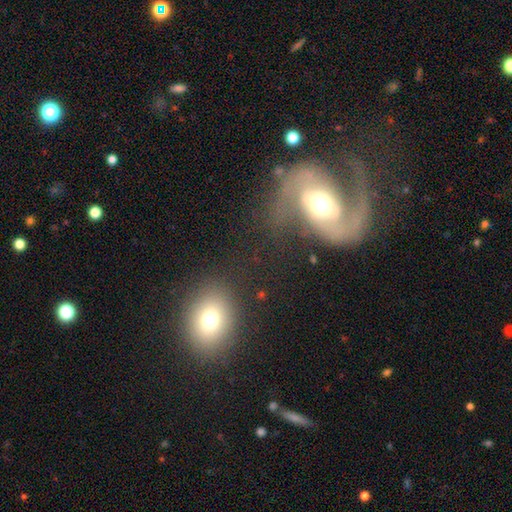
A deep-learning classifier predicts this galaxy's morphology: A featured or disk galaxy (80%) with no bar (41%), 2 (88%) medium (52%) spiral arms (94%) and a moderate central bulge (62%).

Vote fractions:
- Smooth or featured? featured or disk: 80% / smooth: 12% / star or artifact: 7%
- Edge-on disk? no: 96% / yes: 4%
- Bar? no: 41% / weak: 37% / strong: 22%
- Spiral arms? yes: 94% / no: 6%
- Spiral winding? medium: 52% / loose: 28% / tight: 20%
- Spiral arm count? 2: 88% / 1: 4% / can't tell: 4% / 3: 2% / 4: 1% / more than 4: 1%
- Bulge size? moderate: 62% / large: 18% / small: 16% / dominant: 3% / none: 2%
- Merging? none: 56% / minor disturbance: 17% / major disturbance: 17% / merger: 10%